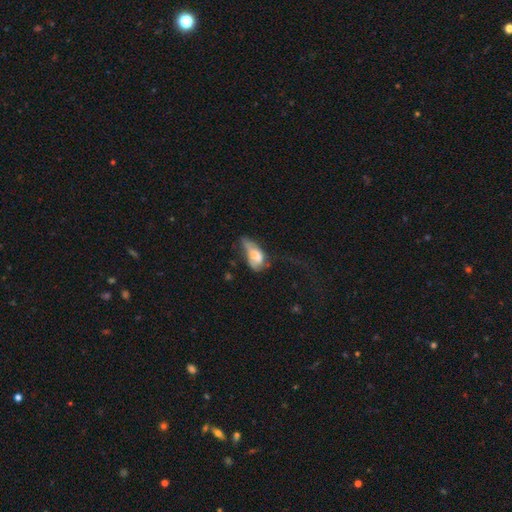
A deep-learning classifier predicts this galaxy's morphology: smooth_or_featured: smooth (p=0.60) [alt: featured or disk p=0.32]
how_rounded: in between (p=0.85) [alt: cigar-shaped p=0.10]
merging: major disturbance (p=0.44) [alt: minor disturbance p=0.30]